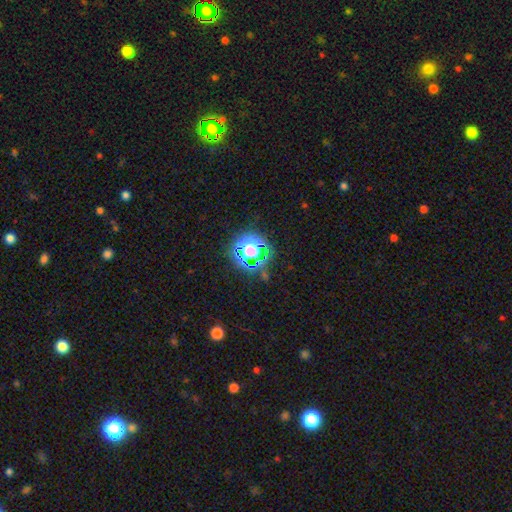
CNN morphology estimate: Smooth or featured? Predicted: star or artifact (p=0.57).